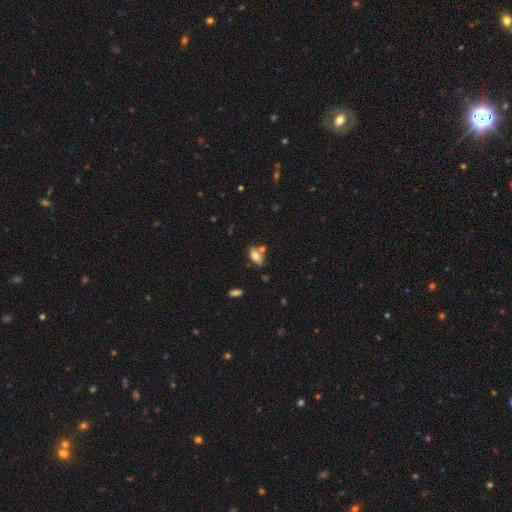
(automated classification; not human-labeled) Morphology: type=smooth (77%); roundness=in between (89%); merging=none (60%).